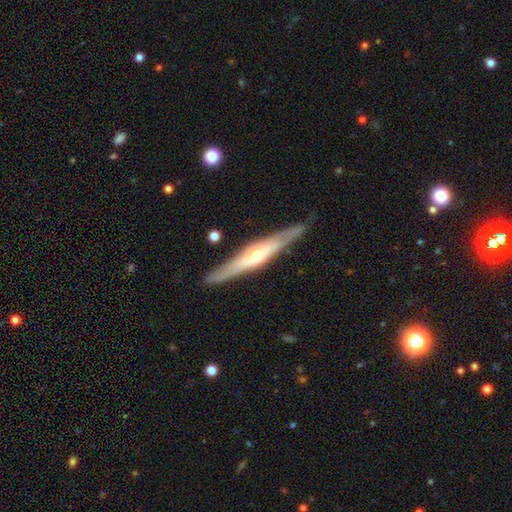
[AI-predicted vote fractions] smooth-or-featured: featured or disk: 67% | smooth: 28% | star or artifact: 5%
  disk-edge-on: yes: 92% | no: 8%
    edge-on-bulge: rounded: 76% | none: 15% | boxy: 9%
  merging: none: 86% | minor disturbance: 10% | major disturbance: 2% | merger: 1%